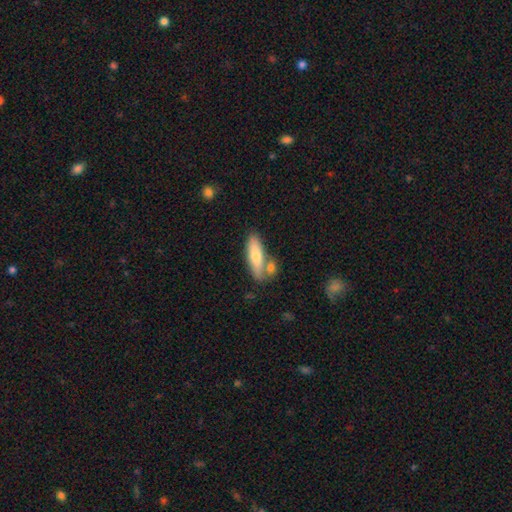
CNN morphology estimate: This is likely a smooth galaxy (67%). How rounded: possibly cigar-shaped (59%). Merging: likely none (67%).